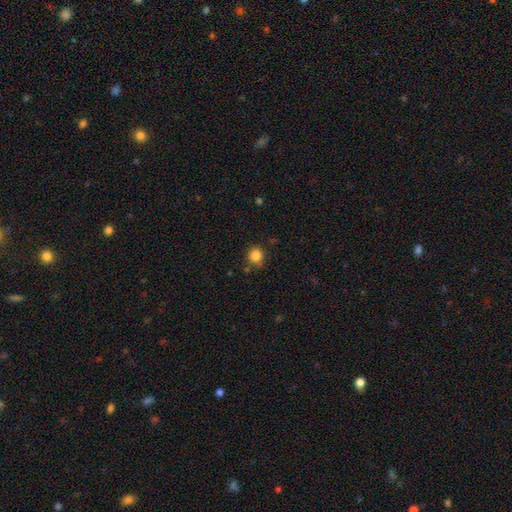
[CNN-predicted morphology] Smooth or featured?
  - smooth: 84% *
  - star or artifact: 11%
  - featured or disk: 4%
How rounded?
  - round: 87% *
  - in between: 12%
  - cigar-shaped: 1%
Merging?
  - none: 80% *
  - minor disturbance: 12%
  - merger: 4%
  - major disturbance: 3%